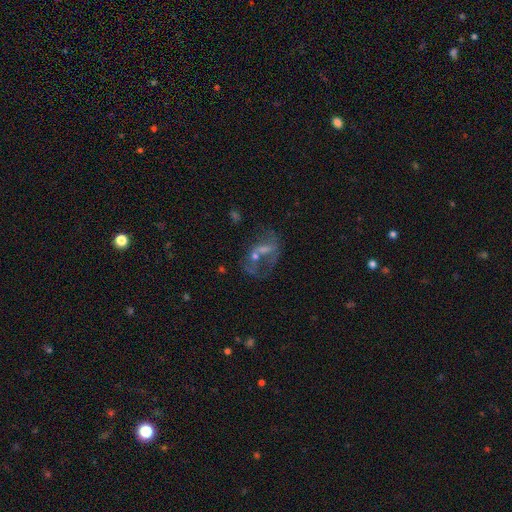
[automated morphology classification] Q: Smooth or featured?
A: featured or disk (55%); runner-up: smooth (24%)
Q: Edge-on disk?
A: no (95%); runner-up: yes (5%)
Q: Bar?
A: no (62%); runner-up: weak (28%)
Q: Spiral arms?
A: no (64%); runner-up: yes (36%)
Q: Bulge size?
A: small (38%); runner-up: none (31%)
Q: Merging?
A: none (32%); runner-up: major disturbance (30%)